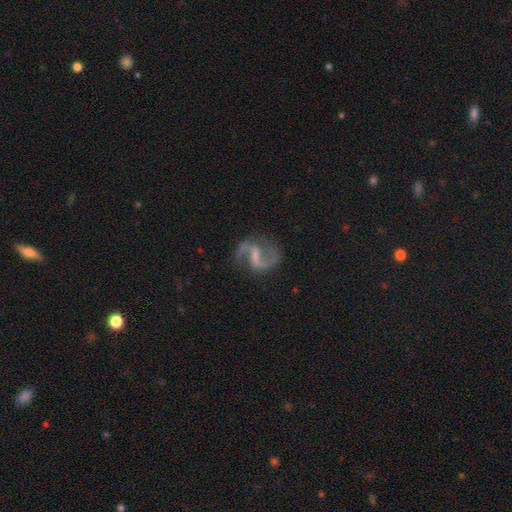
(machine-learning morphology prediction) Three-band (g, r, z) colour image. It shows a featured or disk galaxy (91%) with a weak bar (54%), 2 (94%) medium (47%) spiral arms (98%) and a small central bulge (41%). Merging: none (79%).